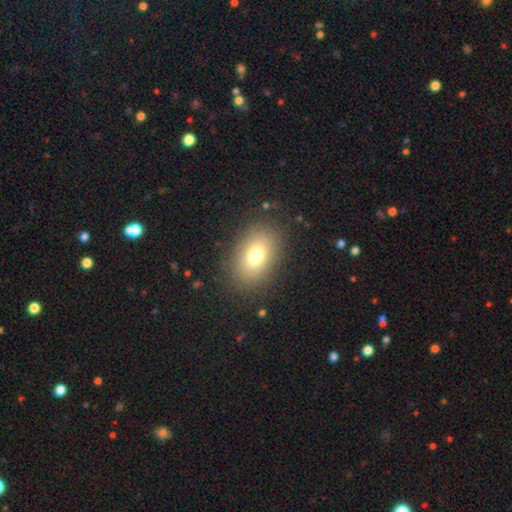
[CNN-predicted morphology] Overall: smooth (75%). How rounded: in between (79%). Merging: none (85%).